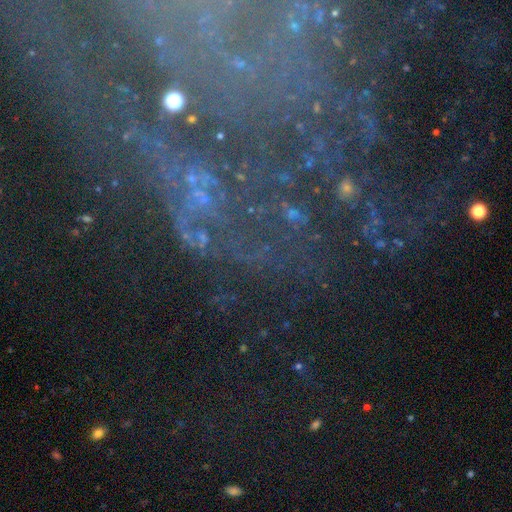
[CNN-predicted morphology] The model was most divided on "smooth or featured": star or artifact: 55%, featured or disk: 32%, smooth: 13%.